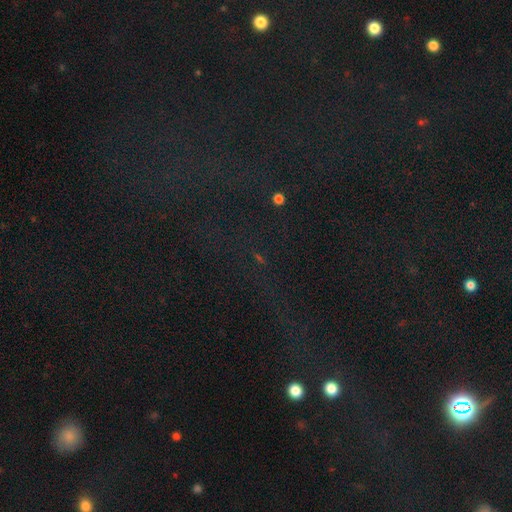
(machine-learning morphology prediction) smooth_or_featured: star or artifact (p=0.76) [alt: smooth p=0.14]